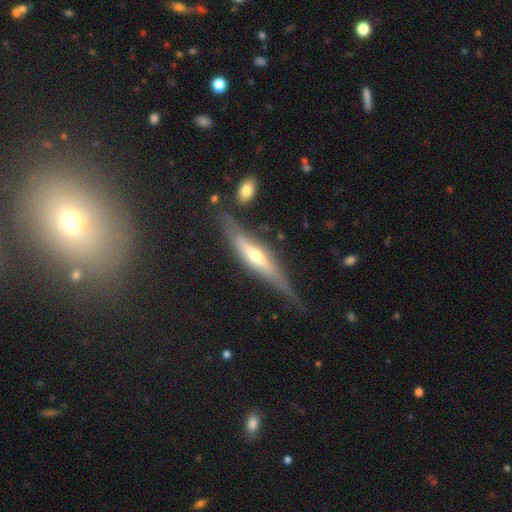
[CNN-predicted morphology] A featured or disk galaxy (68%) viewed edge-on (89%) with a rounded central bulge (78%). Merging: none (66%).